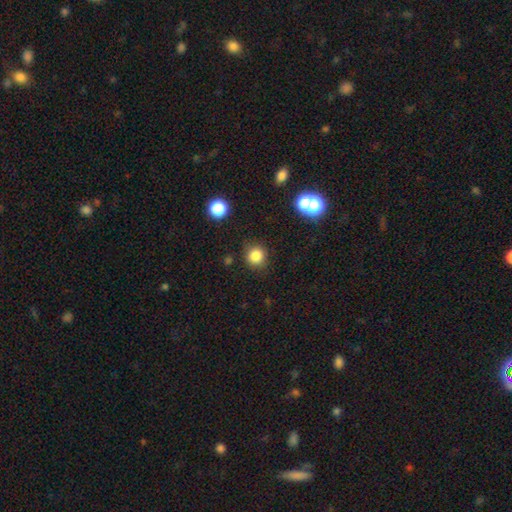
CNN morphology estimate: smooth_or_featured: smooth (p=0.82) [alt: star or artifact p=0.13]
how_rounded: round (p=0.89) [alt: in between p=0.10]
merging: none (p=0.85) [alt: minor disturbance p=0.09]